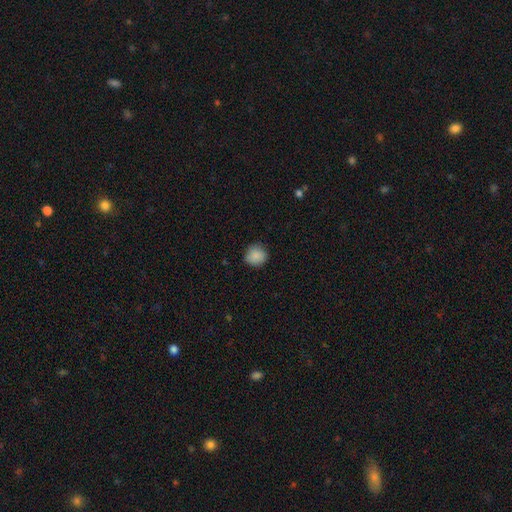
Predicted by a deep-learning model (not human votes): Overall: smooth (87%). How rounded: round (86%). Merging: none (82%).